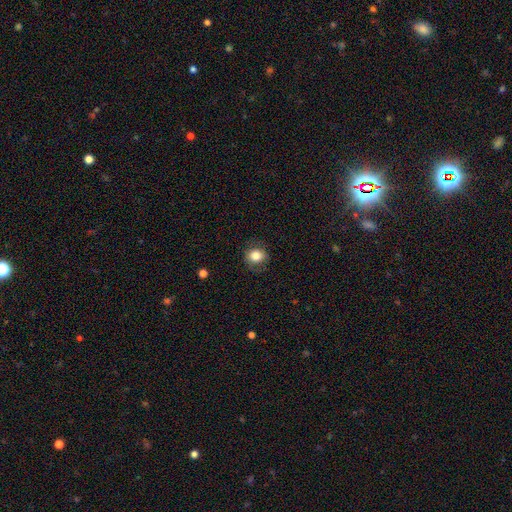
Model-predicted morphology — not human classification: Q: Smooth or featured?
A: smooth (80%); runner-up: featured or disk (11%)
Q: How rounded?
A: round (70%); runner-up: in between (29%)
Q: Merging?
A: none (81%); runner-up: minor disturbance (13%)